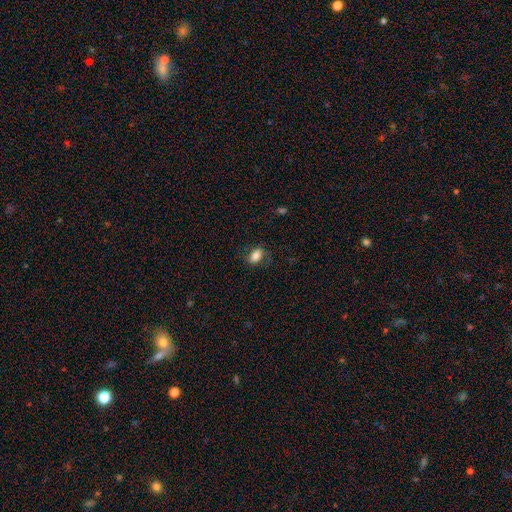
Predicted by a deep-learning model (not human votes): smooth-or-featured: smooth: 79% | featured or disk: 11% | star or artifact: 9%
  how-rounded: in between: 83% | round: 14% | cigar-shaped: 3%
  merging: none: 71% | minor disturbance: 19% | major disturbance: 8% | merger: 1%